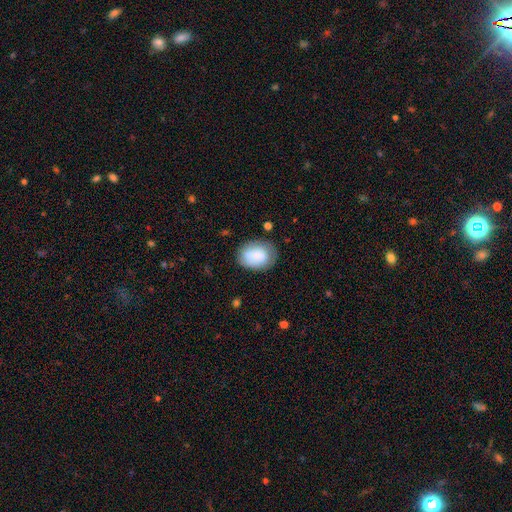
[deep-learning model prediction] This is clearly a smooth galaxy (80%). How rounded: likely in between (70%). Merging: likely none (69%).